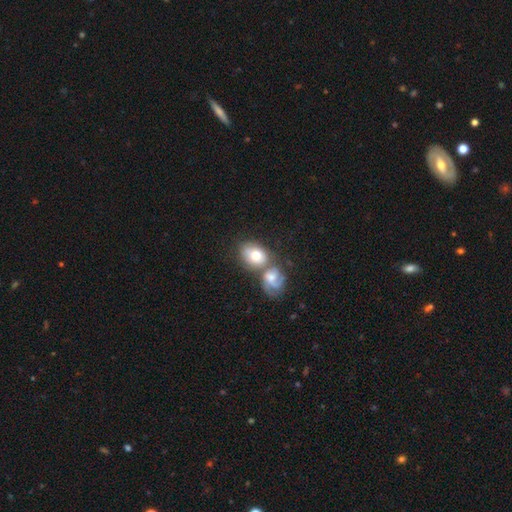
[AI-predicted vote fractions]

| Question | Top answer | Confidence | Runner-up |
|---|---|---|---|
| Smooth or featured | smooth | 60% | featured or disk (33%) |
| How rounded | in between | 61% | round (38%) |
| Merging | merger | 53% | none (29%) |